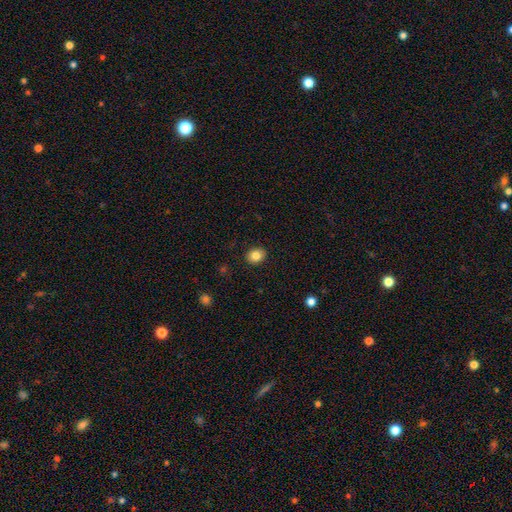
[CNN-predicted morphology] Smooth or featured? Predicted: smooth (p=0.84). How rounded? Predicted: round (p=0.61). Merging? Predicted: none (p=0.89).